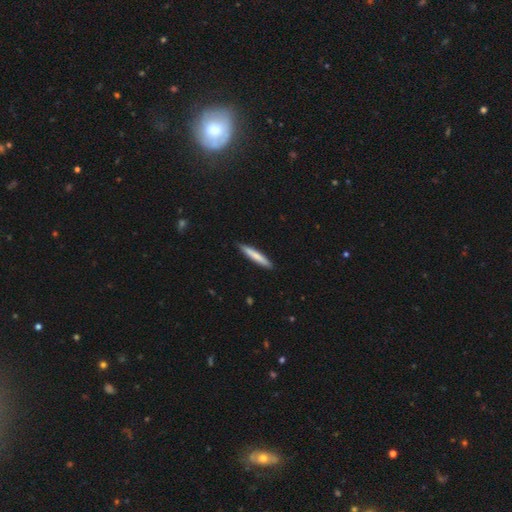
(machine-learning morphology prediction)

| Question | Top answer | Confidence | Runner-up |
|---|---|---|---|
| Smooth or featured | smooth | 72% | featured or disk (23%) |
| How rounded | cigar-shaped | 94% | in between (5%) |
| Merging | none | 89% | minor disturbance (9%) |